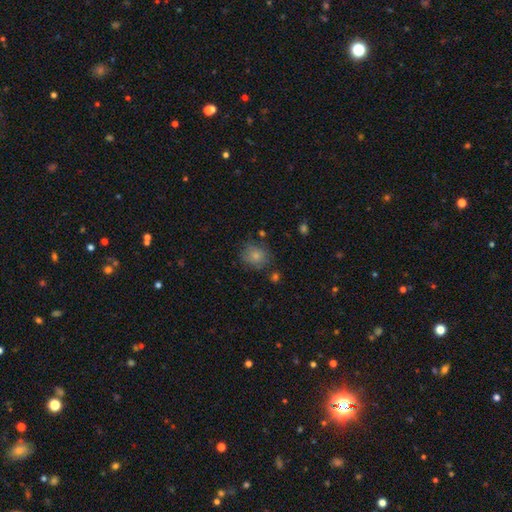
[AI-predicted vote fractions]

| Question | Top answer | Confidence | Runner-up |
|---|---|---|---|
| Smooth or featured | smooth | 80% | featured or disk (10%) |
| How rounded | round | 79% | in between (20%) |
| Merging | none | 71% | minor disturbance (18%) |